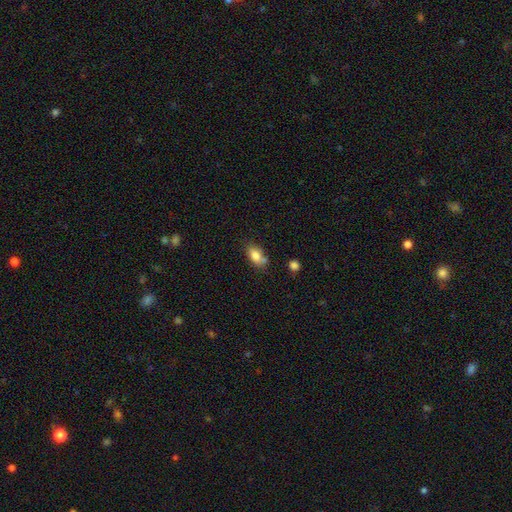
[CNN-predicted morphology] Smooth or featured? smooth (81%)
How rounded? in between (86%)
Merging? none (62%)